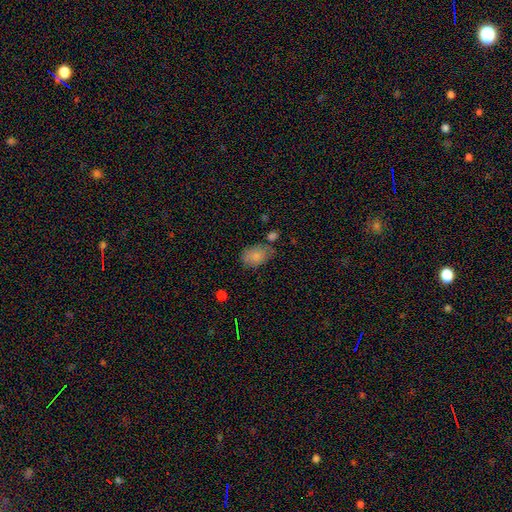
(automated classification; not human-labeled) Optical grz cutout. It shows a smooth galaxy with no disk features (84%) that is in between round and cigar-shaped (88%). Merging: none (60%).